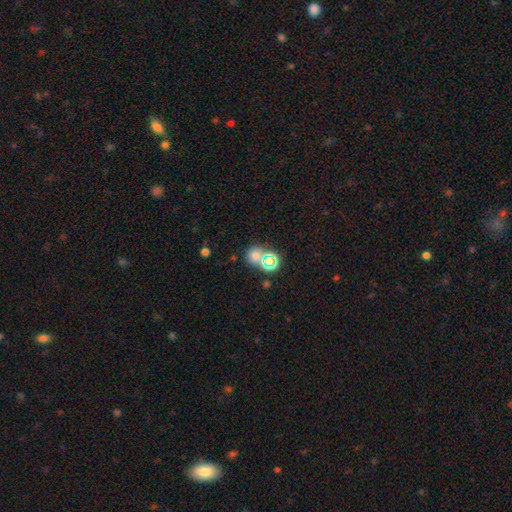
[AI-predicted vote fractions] Smooth or featured? Predicted: smooth (p=0.59). How rounded? Predicted: round (p=0.77). Merging? Predicted: none (p=0.62).